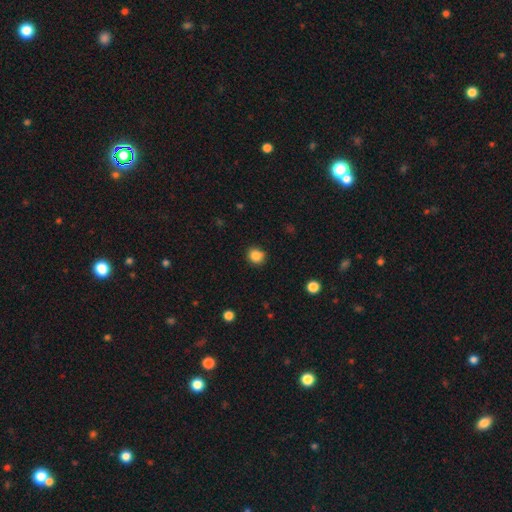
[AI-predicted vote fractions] smooth-or-featured: smooth: 86% | star or artifact: 11% | featured or disk: 4%
  how-rounded: round: 80% | in between: 19% | cigar-shaped: 1%
  merging: none: 87% | minor disturbance: 10% | major disturbance: 2% | merger: 1%